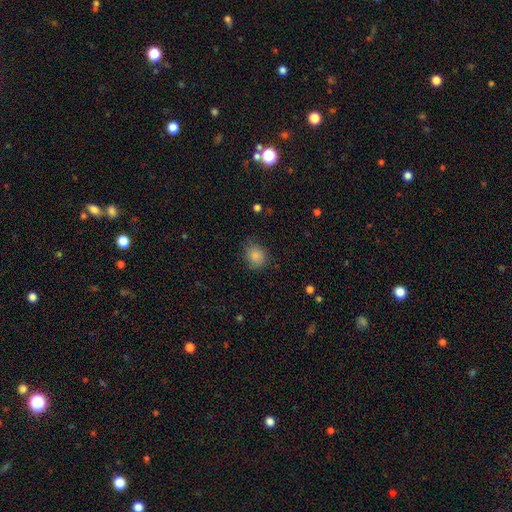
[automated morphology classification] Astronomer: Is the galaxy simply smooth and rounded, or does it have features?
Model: smooth — 85%.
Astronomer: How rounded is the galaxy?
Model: round — 68%.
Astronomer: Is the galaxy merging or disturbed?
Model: none — 75%.